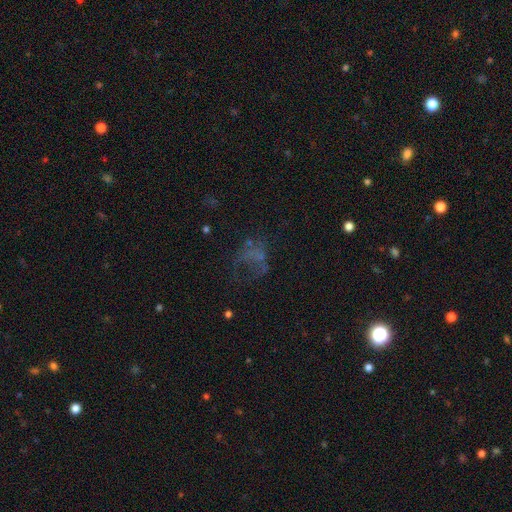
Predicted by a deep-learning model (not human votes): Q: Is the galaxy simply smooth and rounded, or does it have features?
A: featured or disk — 41%.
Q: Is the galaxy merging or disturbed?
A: major disturbance — 43%.